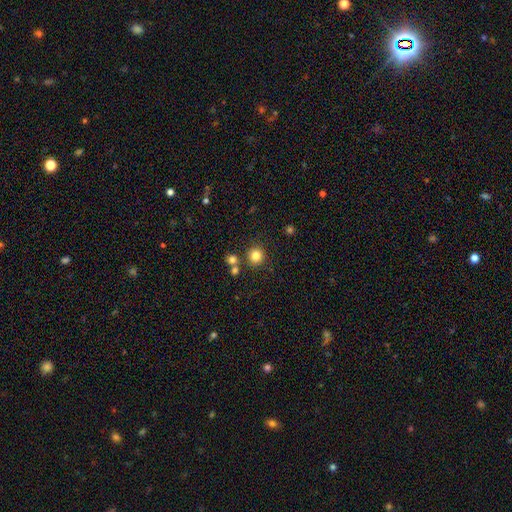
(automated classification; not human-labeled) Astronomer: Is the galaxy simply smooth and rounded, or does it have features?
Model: smooth — 81%.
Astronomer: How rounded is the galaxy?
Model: round — 92%.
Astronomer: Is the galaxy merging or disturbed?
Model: none — 82%.